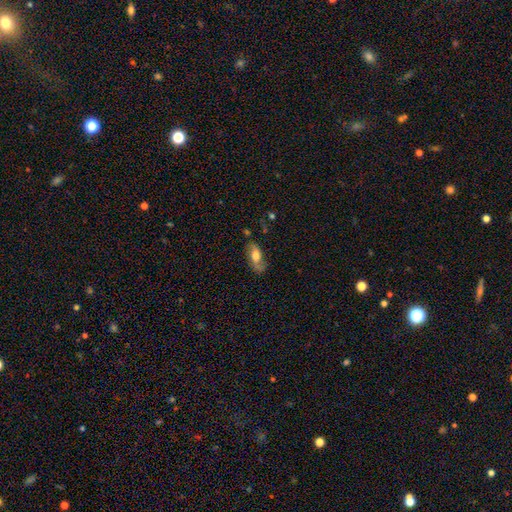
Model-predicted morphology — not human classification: Overall: featured or disk (51%; smooth 42%). Edge-on disk: no (83%). Merging: none (70%).